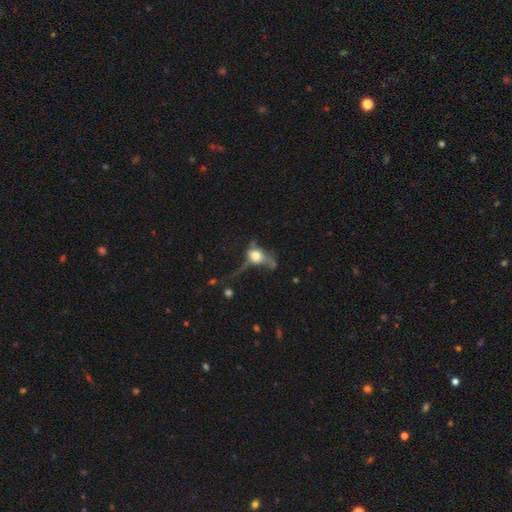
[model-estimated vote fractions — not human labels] Overall: smooth (51%; featured or disk 34%). How rounded: in between (51%; round 40%). Merging: major disturbance (49%; none 23%).